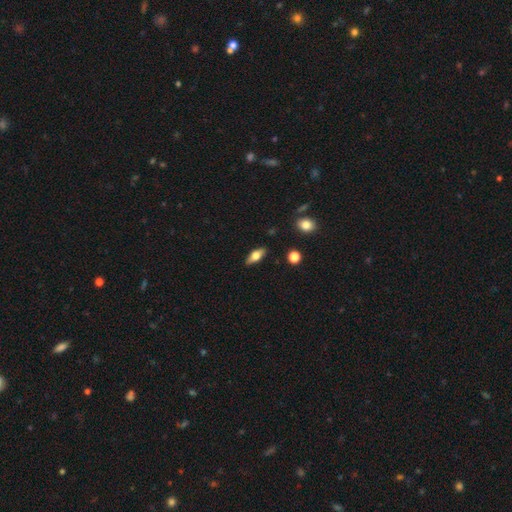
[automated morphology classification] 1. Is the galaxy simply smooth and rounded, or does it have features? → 60% smooth, 33% featured or disk, 7% star or artifact.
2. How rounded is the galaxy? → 75% in between, 21% cigar-shaped, 4% round.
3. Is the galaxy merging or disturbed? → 87% none, 9% minor disturbance, 2% major disturbance, 2% merger.